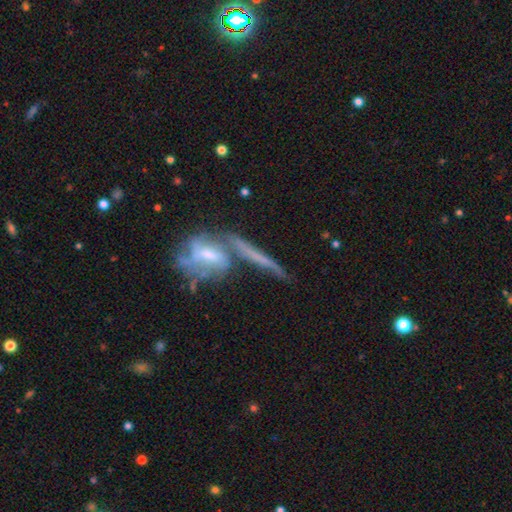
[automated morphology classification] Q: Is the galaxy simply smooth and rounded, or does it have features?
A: featured or disk — 65%.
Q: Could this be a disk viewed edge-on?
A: no — 52%.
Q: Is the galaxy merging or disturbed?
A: merger — 37%, tied with none.